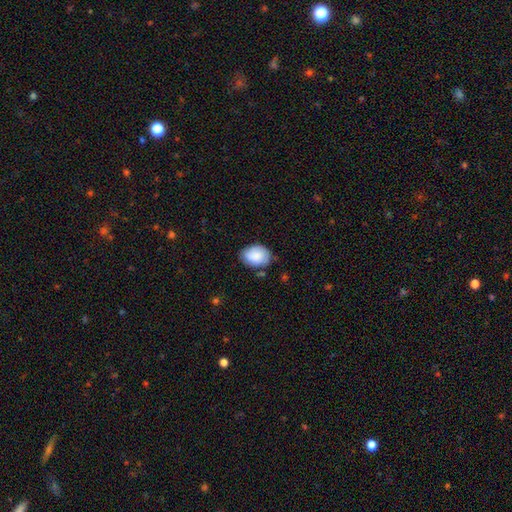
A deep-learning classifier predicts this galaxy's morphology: smooth_or_featured: smooth (p=0.84) [alt: featured or disk p=0.10]
how_rounded: in between (p=0.75) [alt: round p=0.24]
merging: none (p=0.71) [alt: minor disturbance p=0.22]